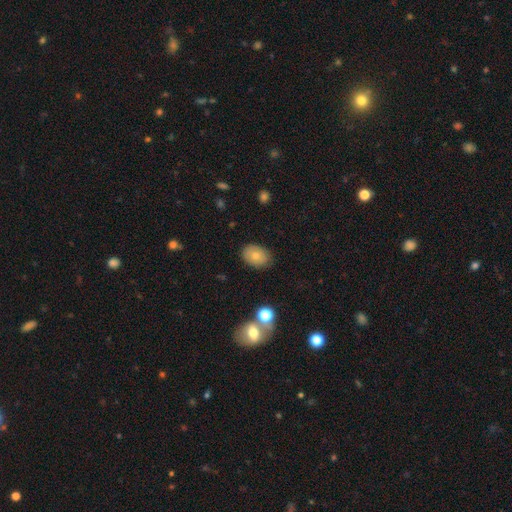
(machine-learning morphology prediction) Smooth or featured: smooth — 75% (featured or disk — 15%)
How rounded: in between — 78% (round — 21%)
Merging: none — 84% (minor disturbance — 12%)